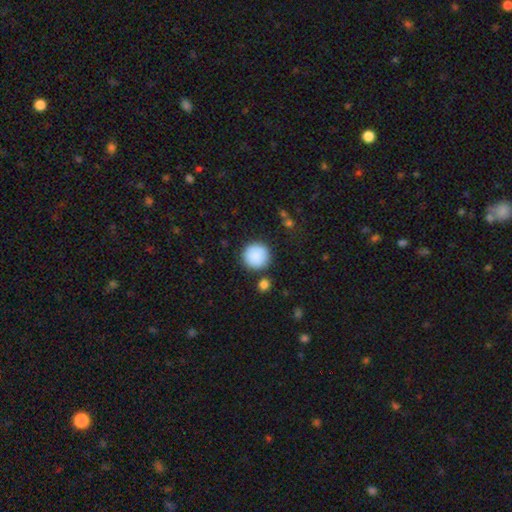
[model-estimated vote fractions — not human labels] smooth-or-featured: smooth: 89% | star or artifact: 8% | featured or disk: 4%
  how-rounded: round: 95% | in between: 4% | cigar-shaped: 1%
  merging: none: 84% | minor disturbance: 9% | merger: 5% | major disturbance: 3%